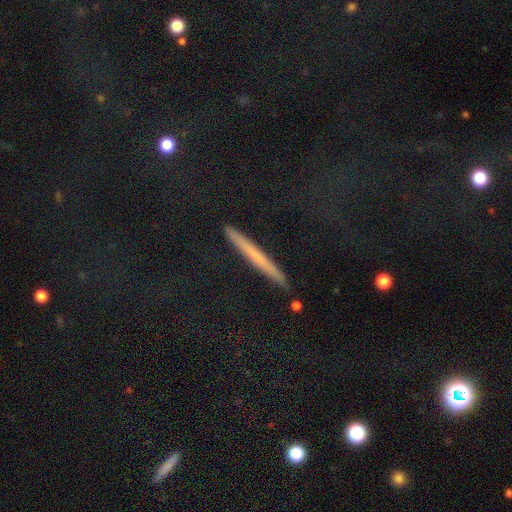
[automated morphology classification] smooth_or_featured: smooth (p=0.50) [alt: featured or disk p=0.35]
merging: none (p=0.90) [alt: minor disturbance p=0.07]